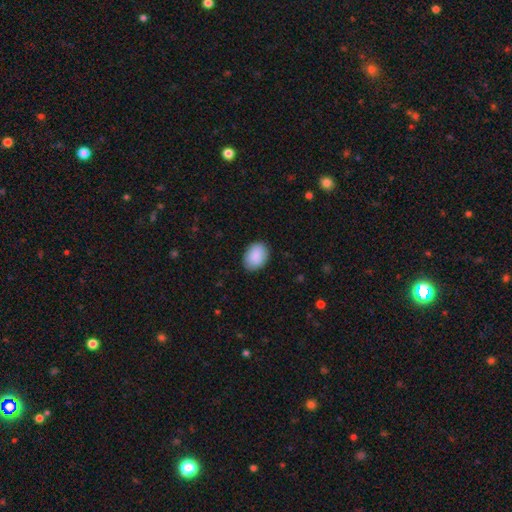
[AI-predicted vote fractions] smooth_or_featured: smooth (p=0.90) [alt: star or artifact p=0.06]
how_rounded: in between (p=0.78) [alt: round p=0.21]
merging: none (p=0.87) [alt: minor disturbance p=0.10]